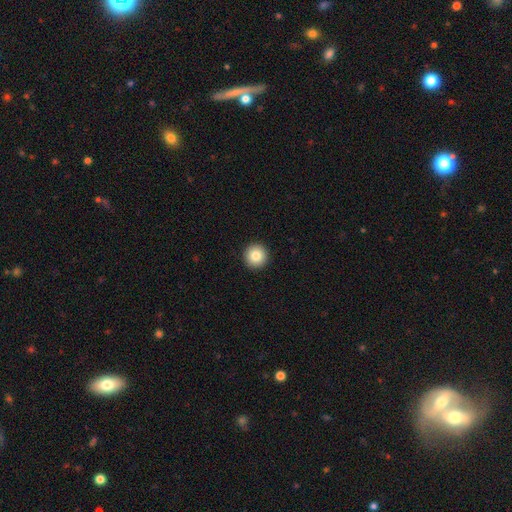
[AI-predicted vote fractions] Smooth or featured? Predicted: smooth (p=0.84). How rounded? Predicted: round (p=0.96). Merging? Predicted: none (p=0.94).